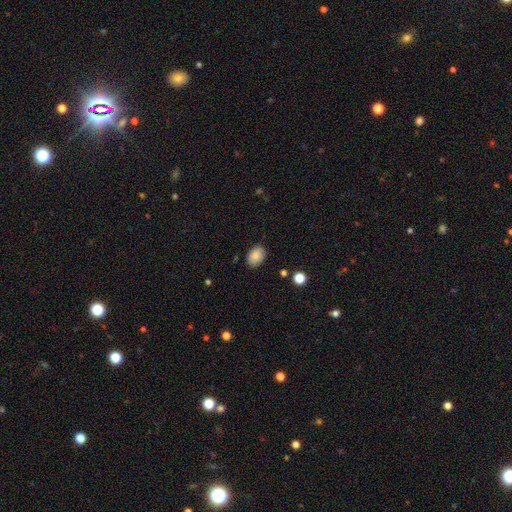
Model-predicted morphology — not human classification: A smooth galaxy with no disk features (88%) that is in between round and cigar-shaped (82%). Merging: none (86%).